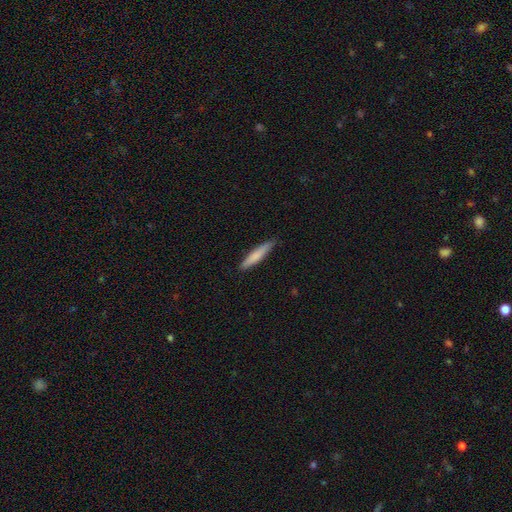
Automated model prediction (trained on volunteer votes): Smooth or featured?
  - smooth: 77% *
  - featured or disk: 18%
  - star or artifact: 5%
How rounded?
  - cigar-shaped: 90% *
  - in between: 9%
  - round: 1%
Merging?
  - none: 86% *
  - minor disturbance: 11%
  - major disturbance: 2%
  - merger: 1%